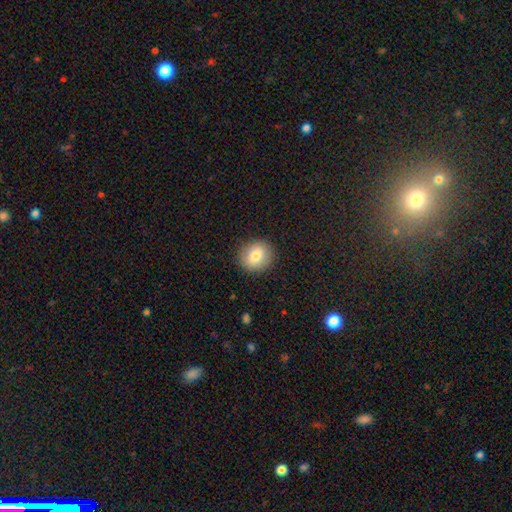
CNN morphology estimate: smooth 79%, featured or disk 12%, star or artifact 9%. Down the decision tree: how rounded — round (79%); merging — none (89%).